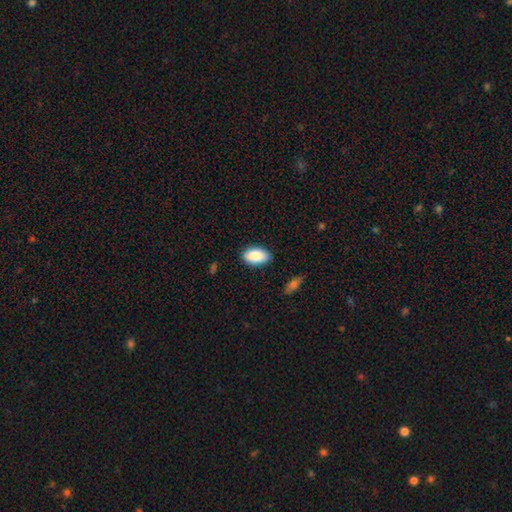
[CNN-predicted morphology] Overall: smooth (89%). How rounded: in between (94%). Merging: none (85%).